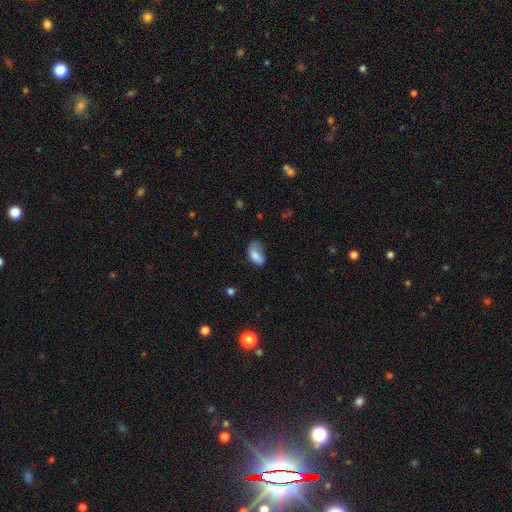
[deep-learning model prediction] This is likely a smooth galaxy (77%). How rounded: clearly in between (91%). Merging: marginally minor disturbance (39%).